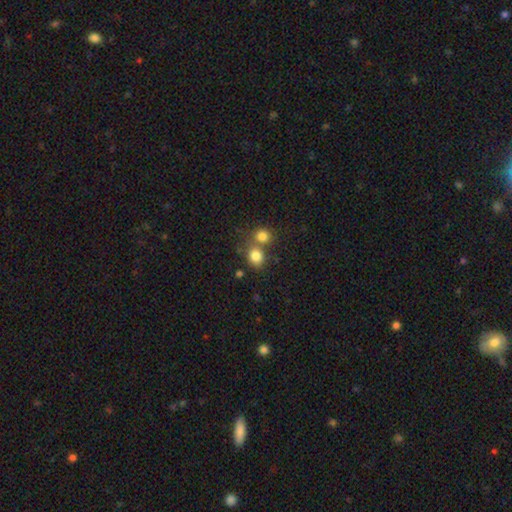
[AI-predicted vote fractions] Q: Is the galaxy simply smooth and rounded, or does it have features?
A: smooth — 81%.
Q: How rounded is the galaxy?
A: round — 69%.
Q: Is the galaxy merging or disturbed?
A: none — 51%.